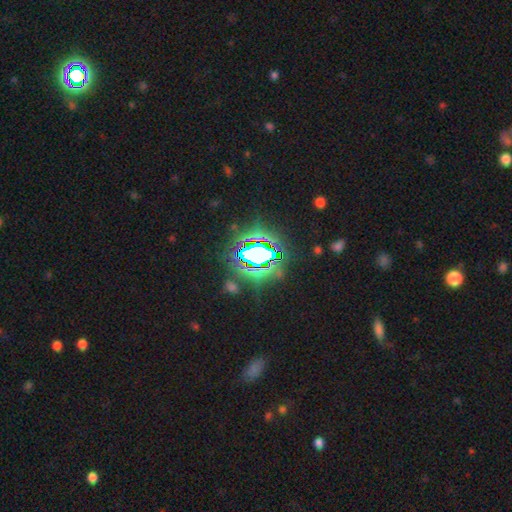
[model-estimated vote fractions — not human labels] Smooth or featured? star or artifact (75%)